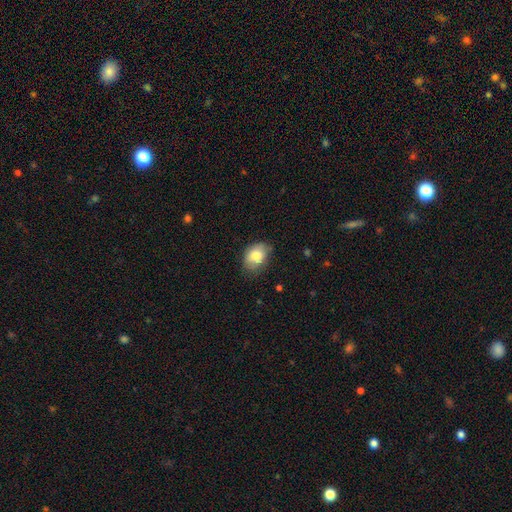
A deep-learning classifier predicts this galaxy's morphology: Smooth or featured? Predicted: smooth (p=0.78). How rounded? Predicted: in between (p=0.74). Merging? Predicted: none (p=0.69).